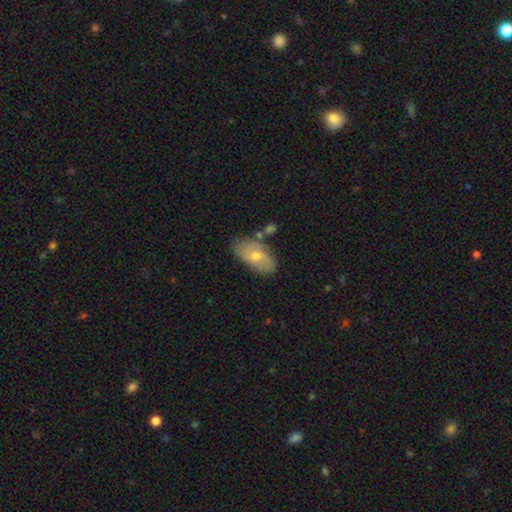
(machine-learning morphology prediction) smooth_or_featured: smooth (p=0.50) [alt: featured or disk p=0.42]
merging: none (p=0.67) [alt: minor disturbance p=0.20]